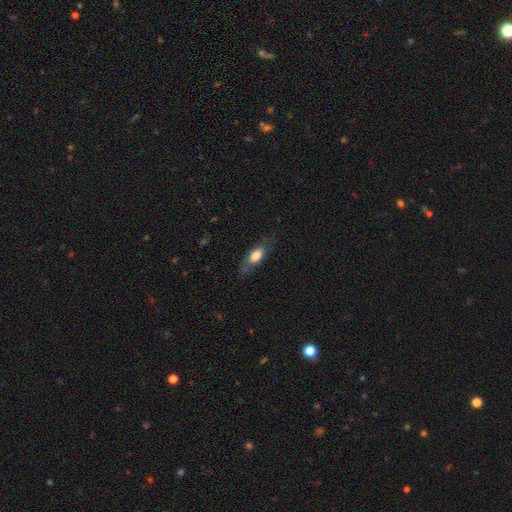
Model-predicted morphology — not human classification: This is likely a smooth galaxy (67%). How rounded: likely in between (71%). Merging: likely none (70%).